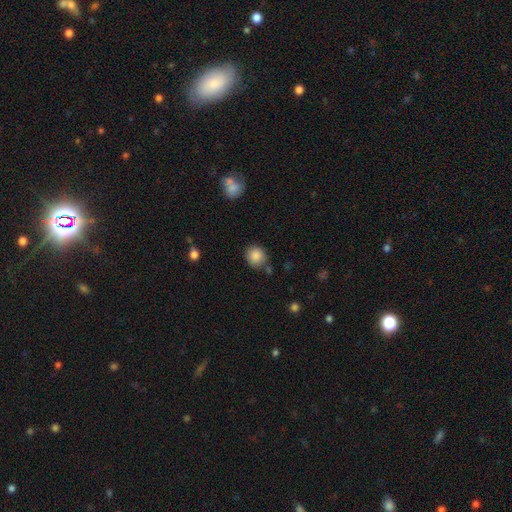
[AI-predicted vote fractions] Overall: smooth (87%). How rounded: round (82%). Merging: none (77%).